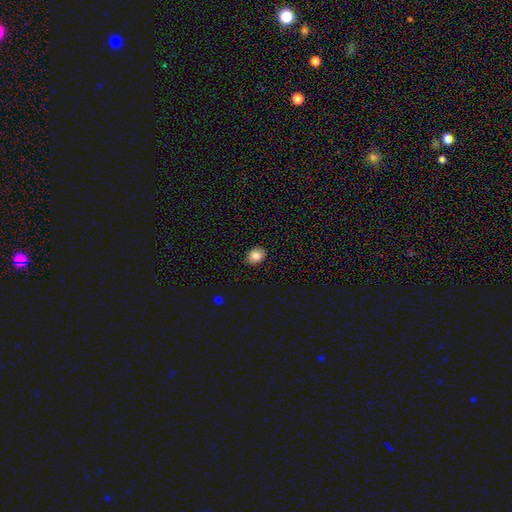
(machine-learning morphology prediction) Smooth or featured? smooth (83%)
How rounded? round (52%)
Merging? none (87%)